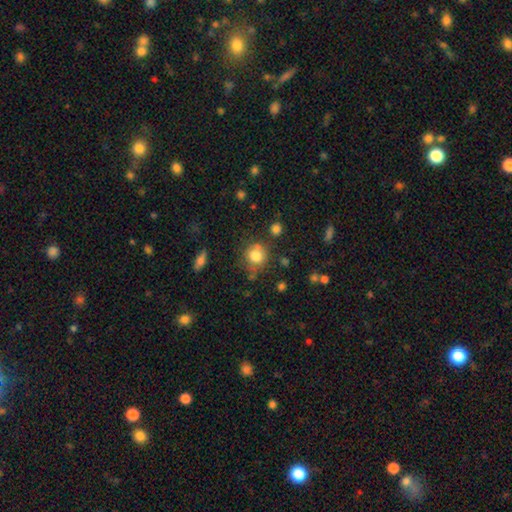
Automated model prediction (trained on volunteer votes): Smooth or featured? smooth (80%)
How rounded? round (84%)
Merging? none (69%)